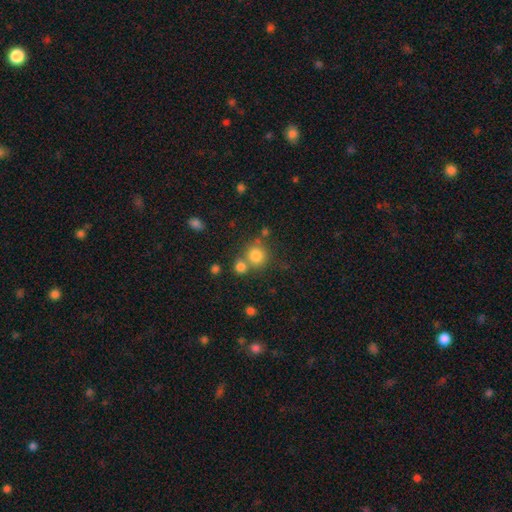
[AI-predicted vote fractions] smooth 80%, star or artifact 12%, featured or disk 8%. Down the decision tree: how rounded — round (89%); merging — none (60%).